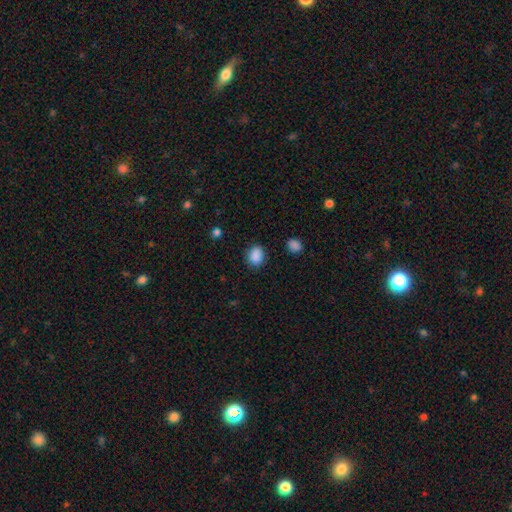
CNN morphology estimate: The model was most divided on "how rounded": round: 52%, in between: 47%, cigar-shaped: 1%. More confident: smooth or featured — smooth (88%); merging — none (83%).